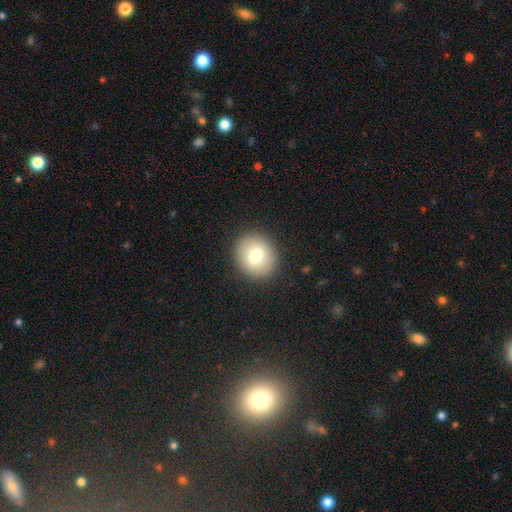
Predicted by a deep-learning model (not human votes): Smooth or featured? smooth (73%)
How rounded? round (78%)
Merging? none (90%)